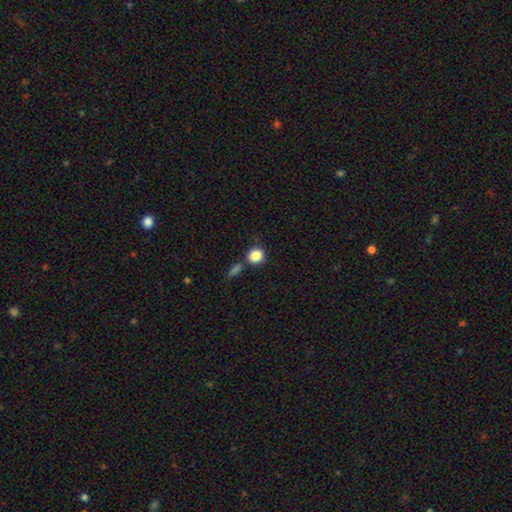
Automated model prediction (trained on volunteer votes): Smooth or featured?
  - smooth: 86% *
  - star or artifact: 9%
  - featured or disk: 5%
How rounded?
  - round: 79% *
  - in between: 20%
  - cigar-shaped: 1%
Merging?
  - none: 67% *
  - merger: 15%
  - minor disturbance: 14%
  - major disturbance: 5%